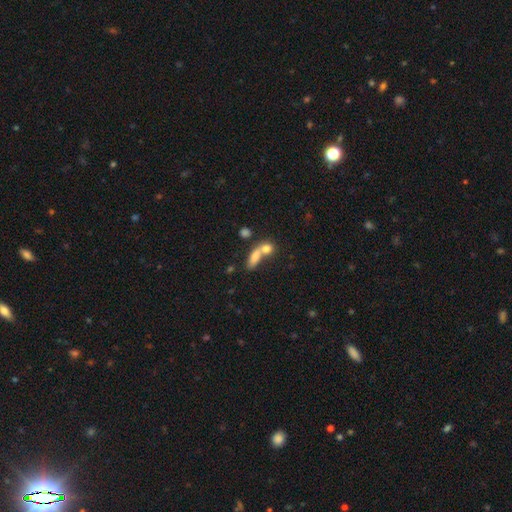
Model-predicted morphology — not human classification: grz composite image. It shows a smooth galaxy with no disk features (75%) that is in between round and cigar-shaped (60%). Merging: merger (55%).